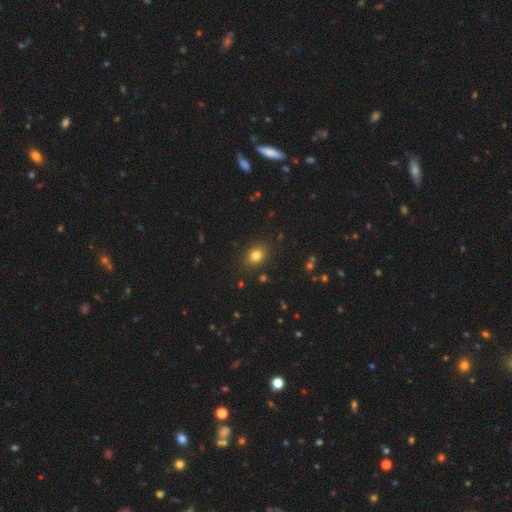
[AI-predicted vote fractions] Smooth or featured? smooth (80%)
How rounded? round (53%)
Merging? none (86%)